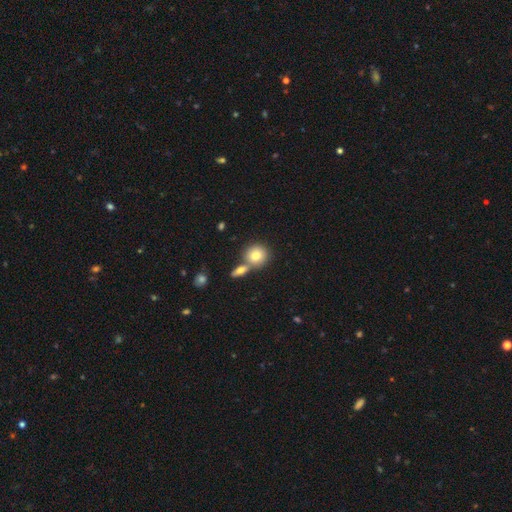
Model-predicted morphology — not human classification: Smooth or featured? smooth (77%)
How rounded? round (86%)
Merging? none (56%)